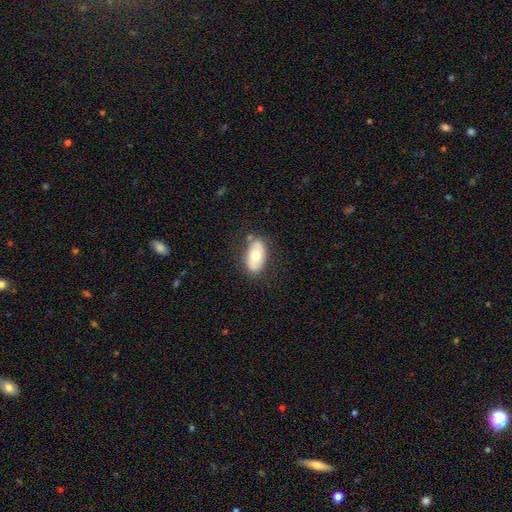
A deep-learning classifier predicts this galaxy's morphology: Smooth or featured?
  - smooth: 60% *
  - featured or disk: 33%
  - star or artifact: 6%
How rounded?
  - in between: 93% *
  - round: 5%
  - cigar-shaped: 3%
Merging?
  - none: 75% *
  - minor disturbance: 16%
  - major disturbance: 5%
  - merger: 4%